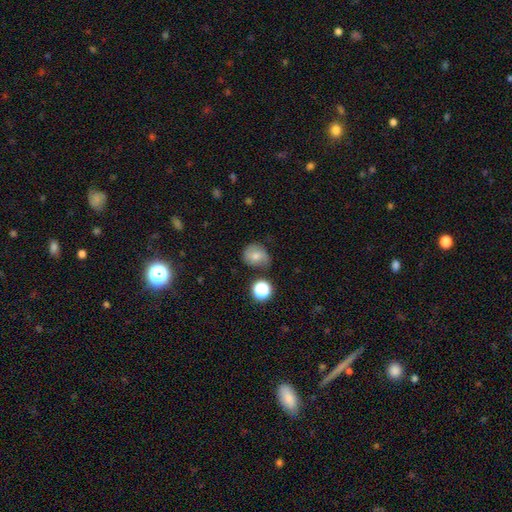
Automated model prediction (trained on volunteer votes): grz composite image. It shows a smooth galaxy with no disk features (64%) that is round (69%). Merging: none (60%).